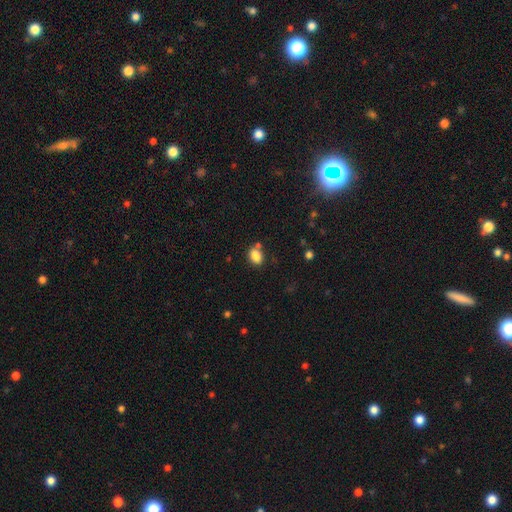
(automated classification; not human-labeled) This appears to be a smooth galaxy with no disk features (85%) that is in between round and cigar-shaped (74%). Merging: none (70%).